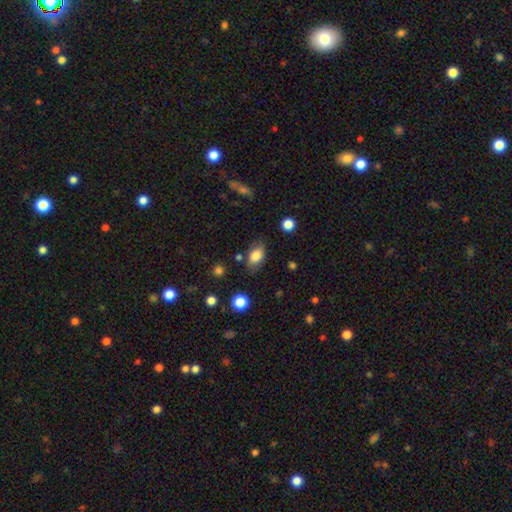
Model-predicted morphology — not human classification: smooth_or_featured: smooth (p=0.82) [alt: featured or disk p=0.10]
how_rounded: in between (p=0.87) [alt: round p=0.11]
merging: none (p=0.73) [alt: minor disturbance p=0.18]